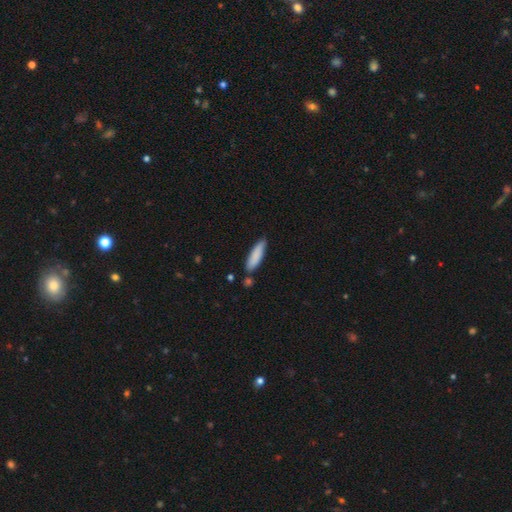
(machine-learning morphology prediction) Smooth or featured? smooth (85%)
How rounded? cigar-shaped (70%)
Merging? none (77%)